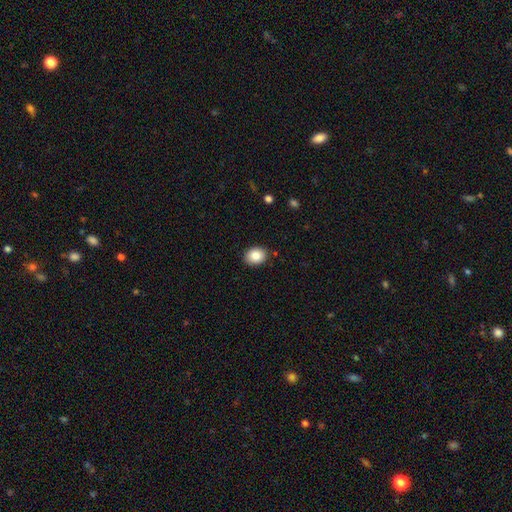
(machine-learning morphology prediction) Smooth or featured: smooth — 85% (star or artifact — 8%)
How rounded: in between — 61% (round — 39%)
Merging: none — 88% (minor disturbance — 9%)